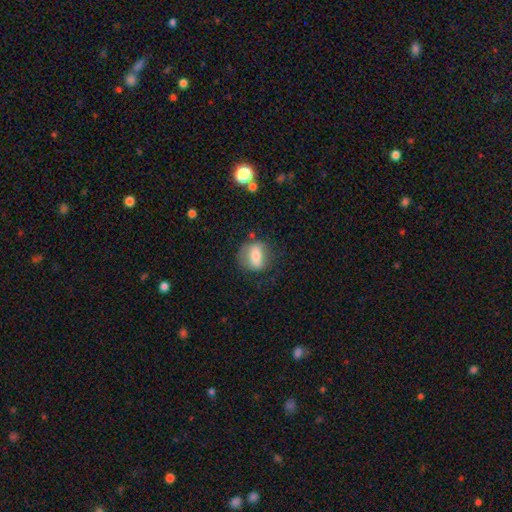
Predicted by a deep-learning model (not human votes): This is likely a smooth galaxy (61%). How rounded: possibly in between (51%). Merging: likely none (67%).